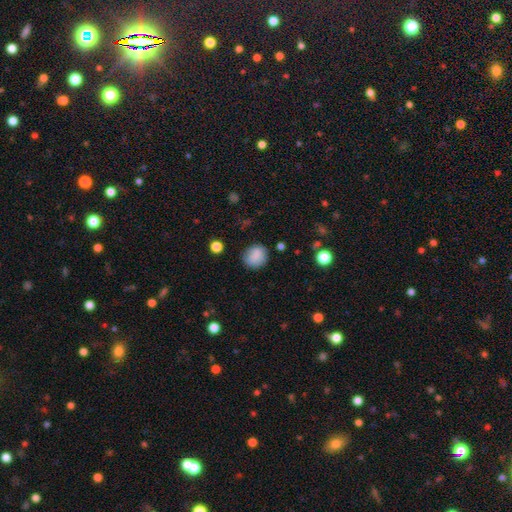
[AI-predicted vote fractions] Smooth or featured? smooth (83%)
How rounded? round (75%)
Merging? none (79%)